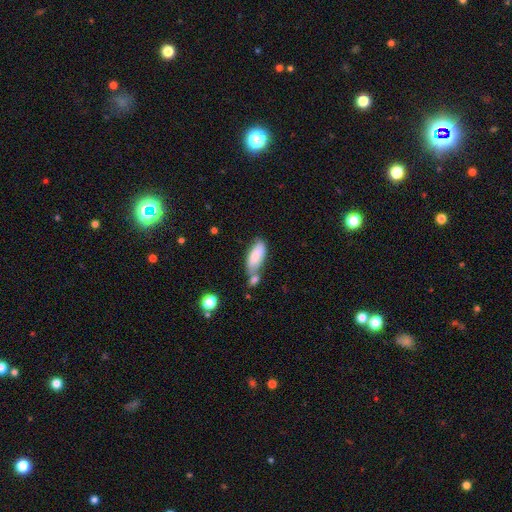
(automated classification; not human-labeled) smooth 80%, featured or disk 14%, star or artifact 7%. Down the decision tree: how rounded — in between (78%); merging — merger (37%, tied with none).